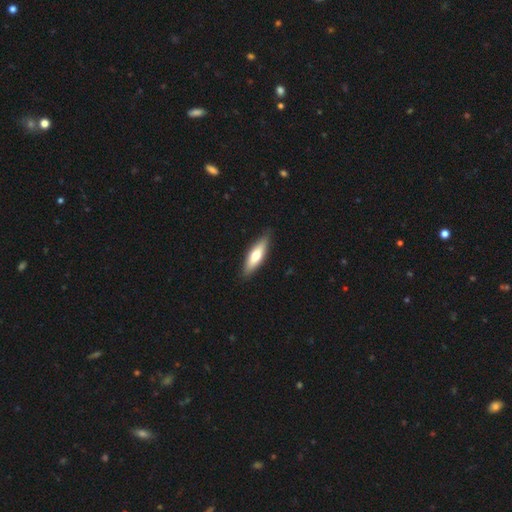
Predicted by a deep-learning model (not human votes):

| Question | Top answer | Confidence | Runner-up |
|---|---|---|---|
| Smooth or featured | smooth | 62% | featured or disk (33%) |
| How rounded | cigar-shaped | 57% | in between (41%) |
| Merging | none | 87% | minor disturbance (11%) |